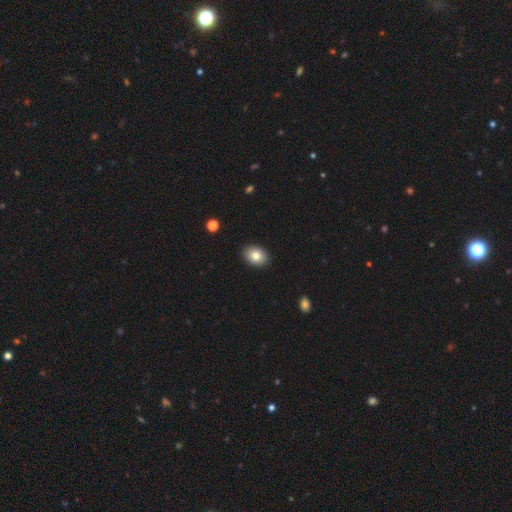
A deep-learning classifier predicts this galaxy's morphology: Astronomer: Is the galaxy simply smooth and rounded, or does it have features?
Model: smooth — 82%.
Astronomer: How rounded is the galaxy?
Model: in between — 66%.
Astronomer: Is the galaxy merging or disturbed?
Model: none — 91%.